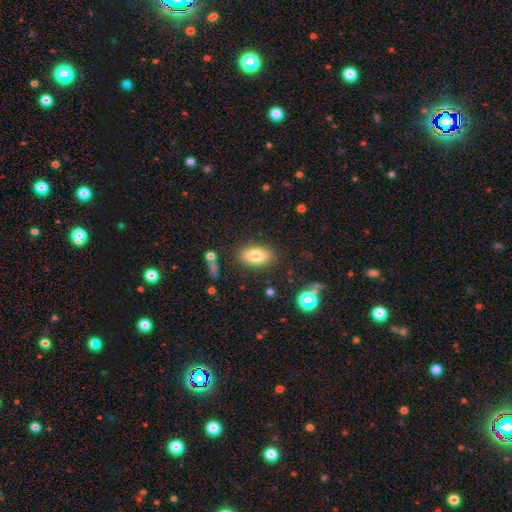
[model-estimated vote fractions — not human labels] Smooth or featured?
  - smooth: 80% *
  - featured or disk: 12%
  - star or artifact: 8%
How rounded?
  - in between: 90% *
  - cigar-shaped: 5%
  - round: 5%
Merging?
  - none: 84% *
  - minor disturbance: 11%
  - major disturbance: 3%
  - merger: 2%